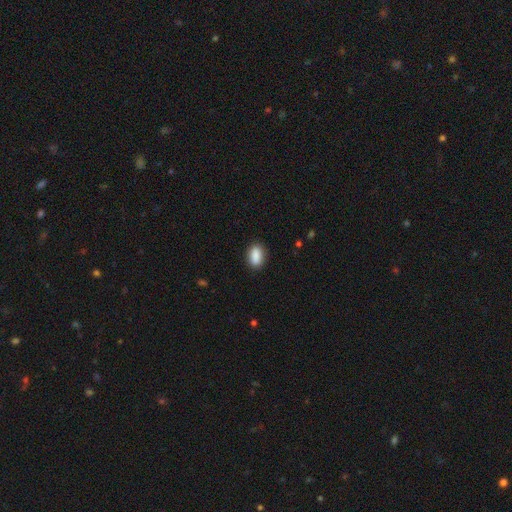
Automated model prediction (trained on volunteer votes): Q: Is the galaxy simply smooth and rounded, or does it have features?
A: smooth — 89%.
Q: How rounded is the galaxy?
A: in between — 89%.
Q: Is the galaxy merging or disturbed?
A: none — 87%.